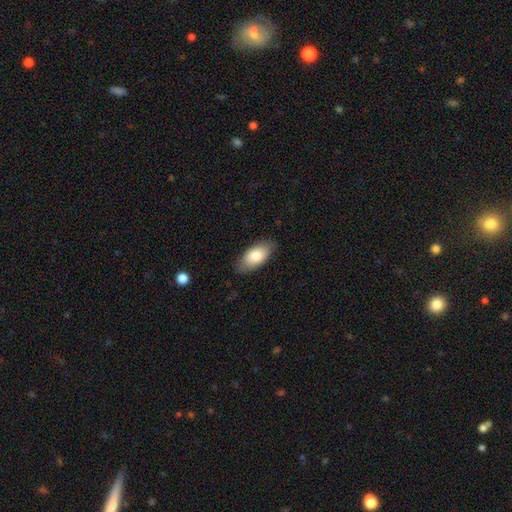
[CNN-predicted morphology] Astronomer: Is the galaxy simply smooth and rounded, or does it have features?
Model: smooth — 80%.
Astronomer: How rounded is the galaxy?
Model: in between — 93%.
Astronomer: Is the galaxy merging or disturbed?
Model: none — 83%.